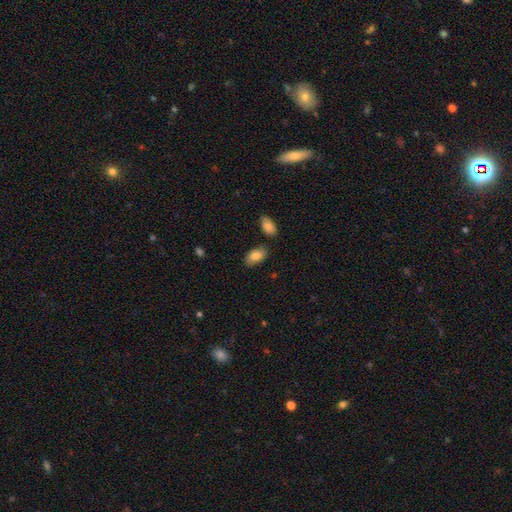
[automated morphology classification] Q: Smooth or featured?
A: smooth (83%); runner-up: featured or disk (10%)
Q: How rounded?
A: in between (94%); runner-up: round (4%)
Q: Merging?
A: none (79%); runner-up: minor disturbance (13%)